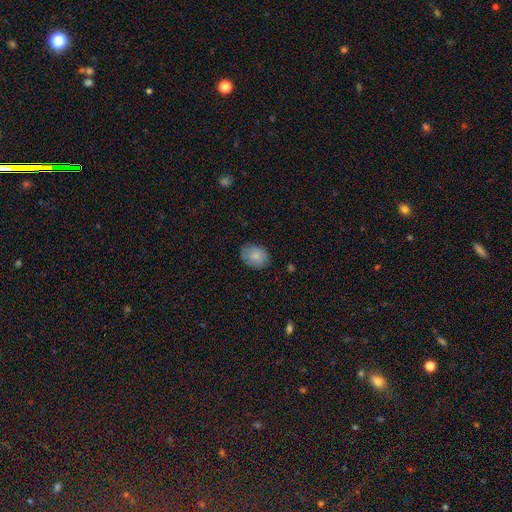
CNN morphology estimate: Smooth or featured: smooth — 83% (featured or disk — 10%)
How rounded: in between — 64% (round — 35%)
Merging: none — 79% (minor disturbance — 17%)